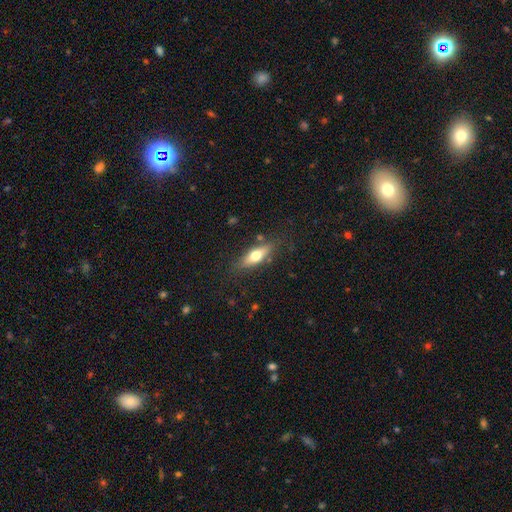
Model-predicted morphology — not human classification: Q: Smooth or featured?
A: smooth (58%); runner-up: featured or disk (35%)
Q: How rounded?
A: in between (54%); runner-up: cigar-shaped (42%)
Q: Merging?
A: none (80%); runner-up: minor disturbance (14%)